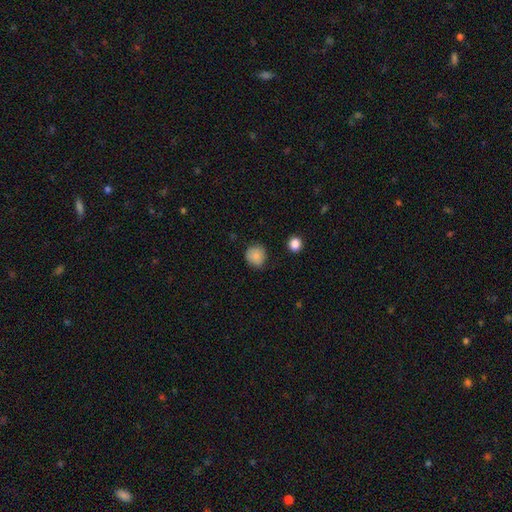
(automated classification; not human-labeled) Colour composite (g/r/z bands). It shows a smooth galaxy with no disk features (86%) that is round (89%). Merging: none (80%).